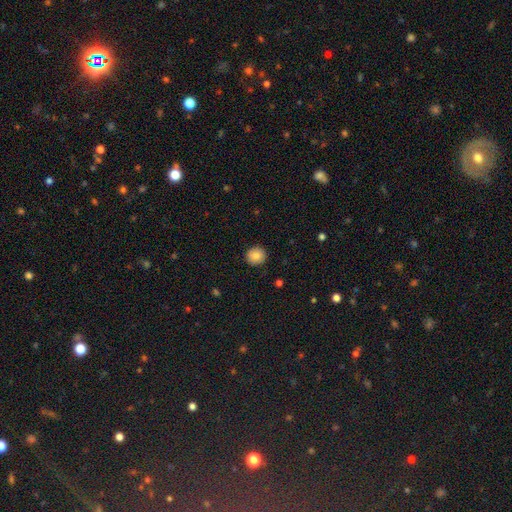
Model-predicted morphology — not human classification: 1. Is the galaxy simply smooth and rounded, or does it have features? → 85% smooth, 9% star or artifact, 6% featured or disk.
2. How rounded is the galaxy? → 91% round, 8% in between, 1% cigar-shaped.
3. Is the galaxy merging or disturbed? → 91% none, 6% minor disturbance, 2% major disturbance, 1% merger.